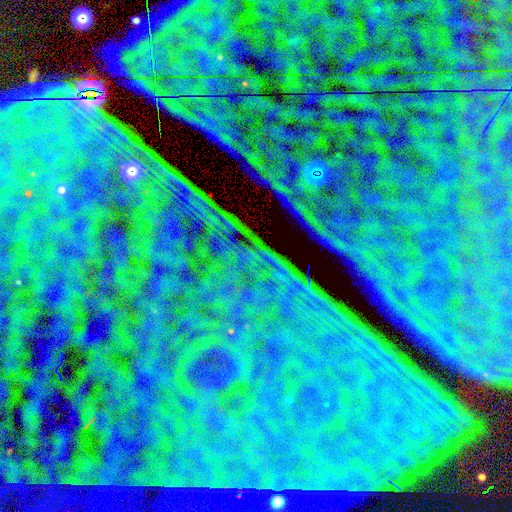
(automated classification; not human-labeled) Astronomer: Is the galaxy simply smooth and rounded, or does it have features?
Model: star or artifact — 87%.